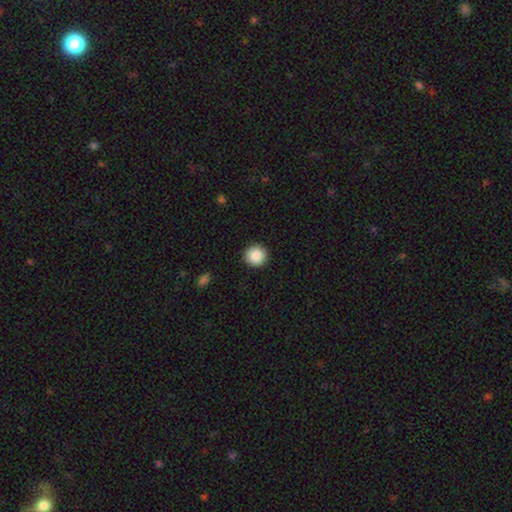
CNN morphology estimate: type=smooth (89%); roundness=round (95%); merging=none (91%).